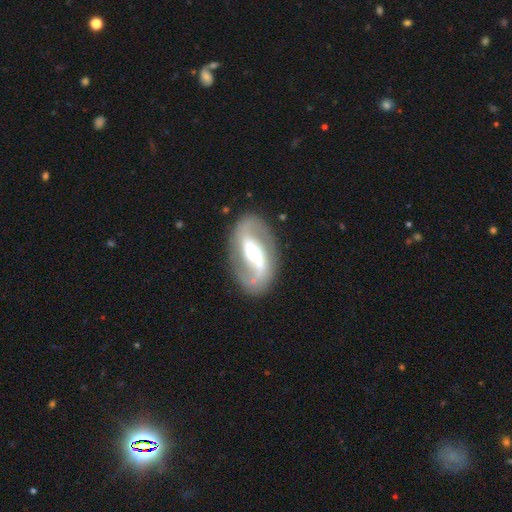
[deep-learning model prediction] Morphology: type=featured or disk (86%); edge-on=no (95%); bar=strong (52%); spiral arms=yes (90%); winding=medium (42%, tied with loose); arm count=2 (91%); bulge=moderate (61%); merging=none (83%).